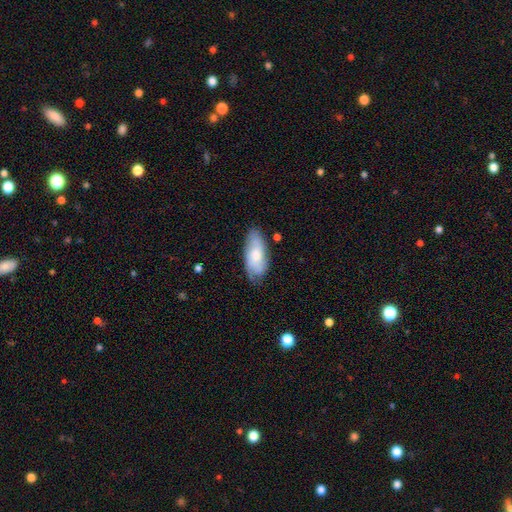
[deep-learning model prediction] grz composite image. It shows a smooth galaxy with no disk features (55%) that is in between round and cigar-shaped (87%). Merging: none (69%).